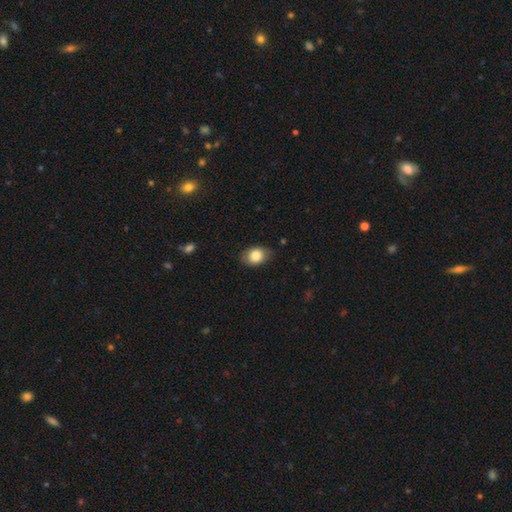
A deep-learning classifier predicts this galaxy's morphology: Smooth or featured: smooth — 83% (featured or disk — 9%)
How rounded: in between — 71% (round — 28%)
Merging: none — 80% (minor disturbance — 16%)